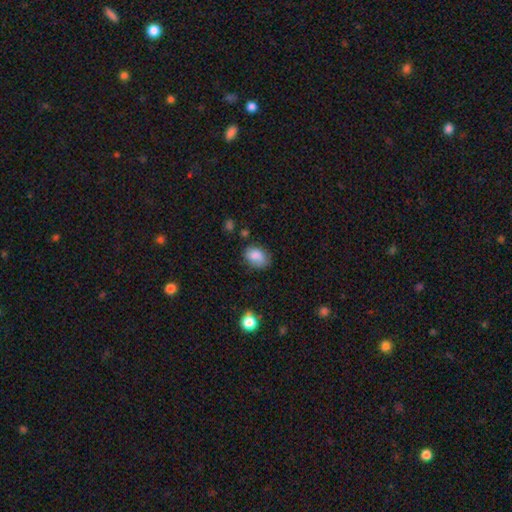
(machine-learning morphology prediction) Q: Smooth or featured?
A: smooth (84%); runner-up: star or artifact (9%)
Q: How rounded?
A: in between (78%); runner-up: round (21%)
Q: Merging?
A: none (66%); runner-up: minor disturbance (25%)